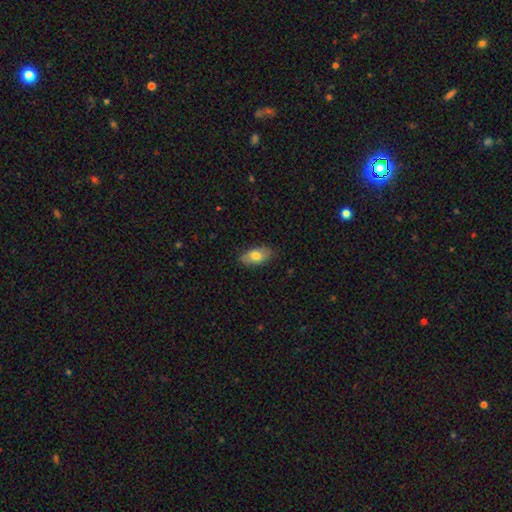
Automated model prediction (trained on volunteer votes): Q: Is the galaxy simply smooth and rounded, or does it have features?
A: smooth — 76%.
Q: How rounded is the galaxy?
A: in between — 92%.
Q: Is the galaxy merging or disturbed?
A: none — 83%.